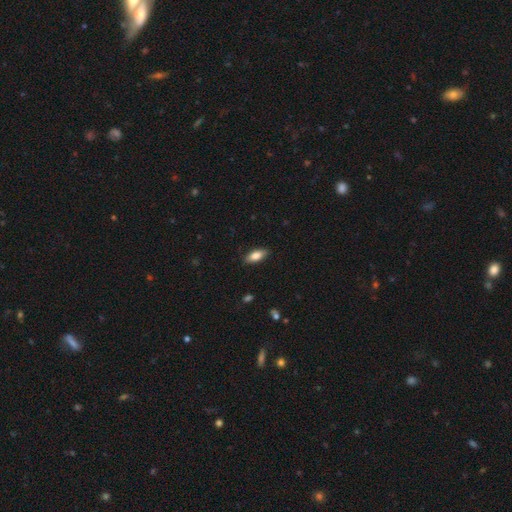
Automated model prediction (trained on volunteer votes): Overall: smooth (84%). How rounded: in between (85%). Merging: none (87%).